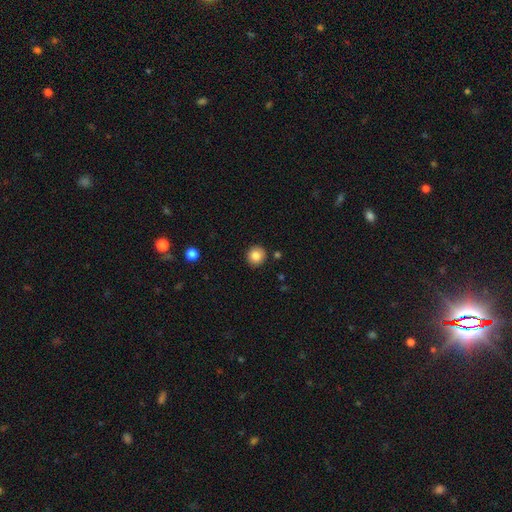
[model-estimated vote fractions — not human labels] Q: Smooth or featured?
A: smooth (83%); runner-up: star or artifact (9%)
Q: How rounded?
A: round (90%); runner-up: in between (9%)
Q: Merging?
A: none (90%); runner-up: minor disturbance (6%)